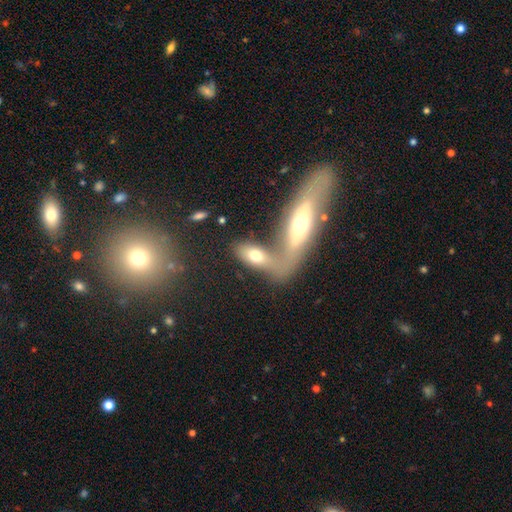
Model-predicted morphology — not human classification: A smooth galaxy with no disk features (64%) that is in between round and cigar-shaped (82%).

Vote fractions:
- Smooth or featured? smooth: 64% / featured or disk: 28% / star or artifact: 8%
- How rounded? in between: 82% / cigar-shaped: 10% / round: 7%
- Merging? merger: 61% / none: 25% / major disturbance: 7% / minor disturbance: 7%